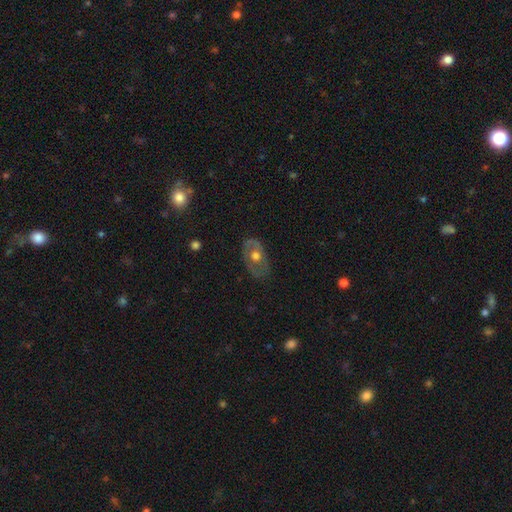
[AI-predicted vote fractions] Smooth or featured? Predicted: featured or disk (p=0.54). Edge-on disk? Predicted: no (p=0.89). Merging? Predicted: none (p=0.74).